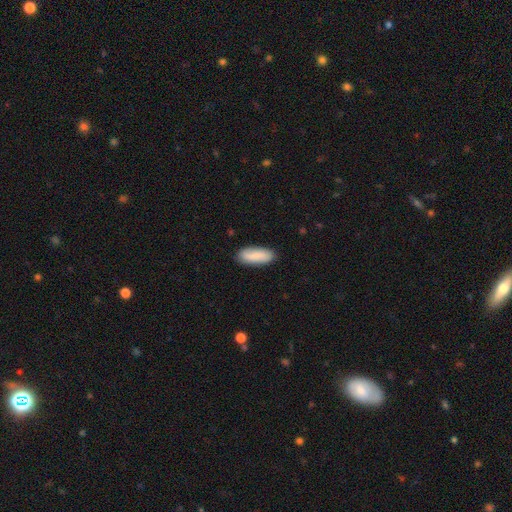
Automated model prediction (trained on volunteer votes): Smooth or featured?
  - smooth: 86% *
  - featured or disk: 8%
  - star or artifact: 6%
How rounded?
  - in between: 70% *
  - cigar-shaped: 28%
  - round: 2%
Merging?
  - none: 85% *
  - minor disturbance: 11%
  - major disturbance: 2%
  - merger: 1%